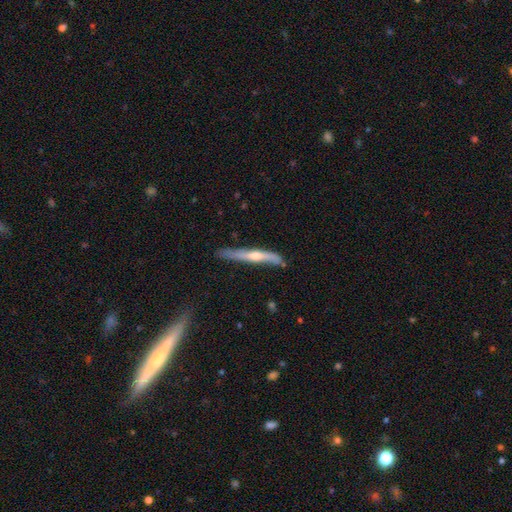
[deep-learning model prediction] A featured or disk galaxy (62%) viewed edge-on (91%) with a rounded central bulge (78%).

Vote fractions:
- Smooth or featured? featured or disk: 62% / smooth: 32% / star or artifact: 6%
- Edge-on disk? yes: 91% / no: 9%
- Edge-on bulge? rounded: 78% / none: 18% / boxy: 4%
- Merging? none: 73% / minor disturbance: 21% / major disturbance: 4% / merger: 2%